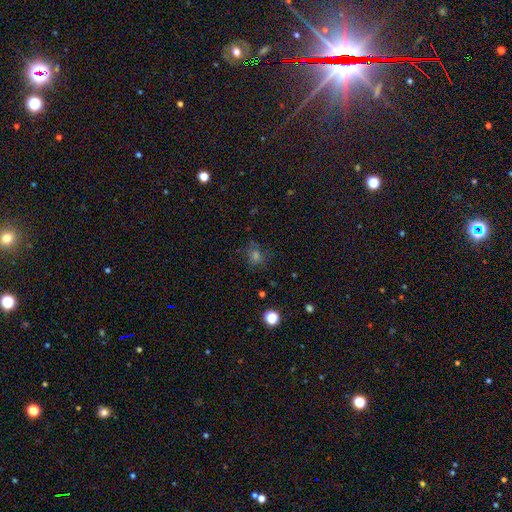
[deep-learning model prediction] A smooth galaxy with no disk features (50%).

Vote fractions:
- Smooth or featured? smooth: 50% / star or artifact: 36% / featured or disk: 14%
- Merging? none: 69% / minor disturbance: 18% / major disturbance: 10% / merger: 3%